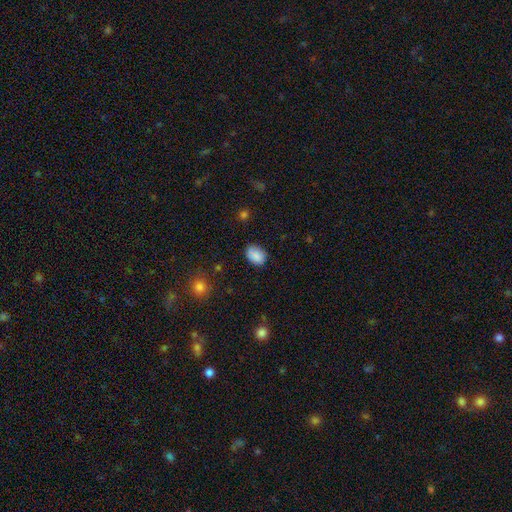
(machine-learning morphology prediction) Overall: smooth (83%). How rounded: in between (79%). Merging: none (73%).